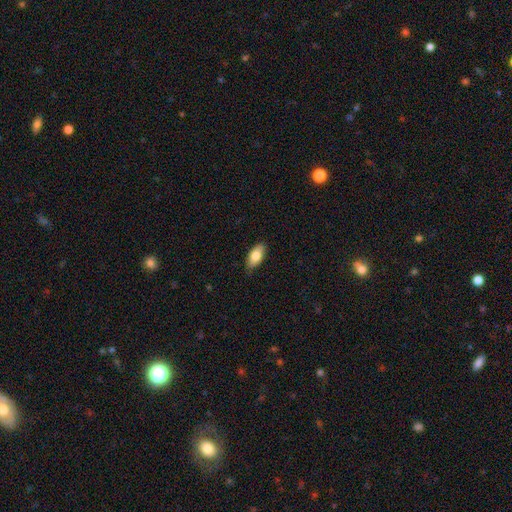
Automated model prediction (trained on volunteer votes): A smooth galaxy with no disk features (80%) that is in between round and cigar-shaped (88%).

Vote fractions:
- Smooth or featured? smooth: 80% / featured or disk: 14% / star or artifact: 6%
- How rounded? in between: 88% / cigar-shaped: 9% / round: 3%
- Merging? none: 83% / minor disturbance: 14% / major disturbance: 2% / merger: 1%